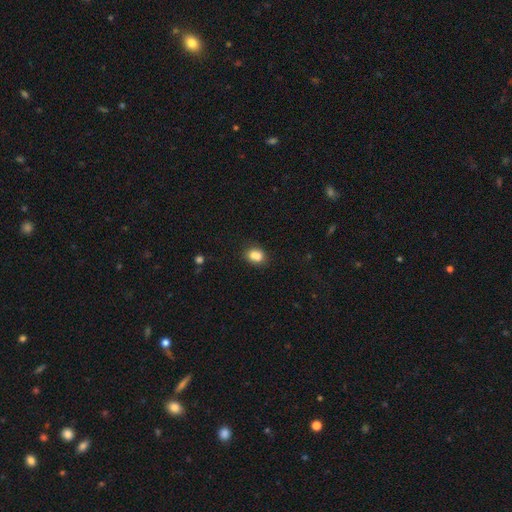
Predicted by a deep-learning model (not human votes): Overall: smooth (79%). How rounded: in between (50%; round 49%). Merging: none (48%; merger 33%).